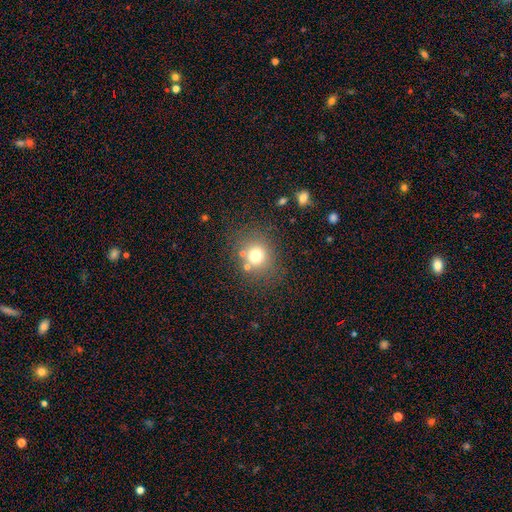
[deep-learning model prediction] The model was most divided on "smooth or featured": smooth: 72%, star or artifact: 16%, featured or disk: 12%. More confident: how rounded — round (80%); merging — none (74%).